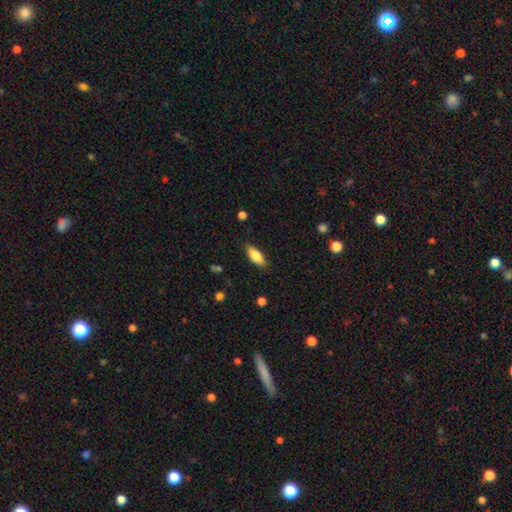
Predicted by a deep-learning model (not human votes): The model was most divided on "how rounded": in between: 74%, cigar-shaped: 24%, round: 2%. More confident: merging — none (84%); smooth or featured — smooth (79%).